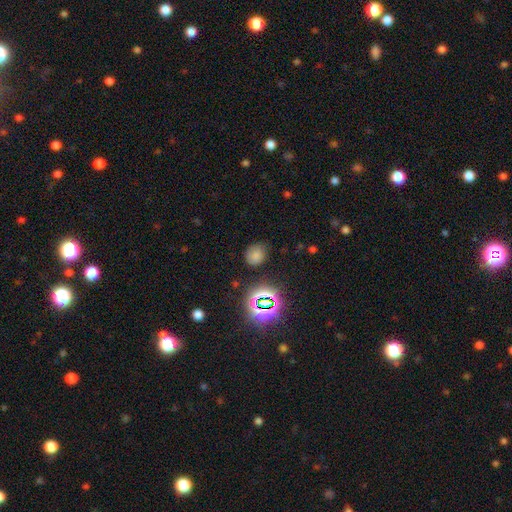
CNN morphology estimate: A smooth galaxy with no disk features (70%) that is round (69%). Merging: none (75%).